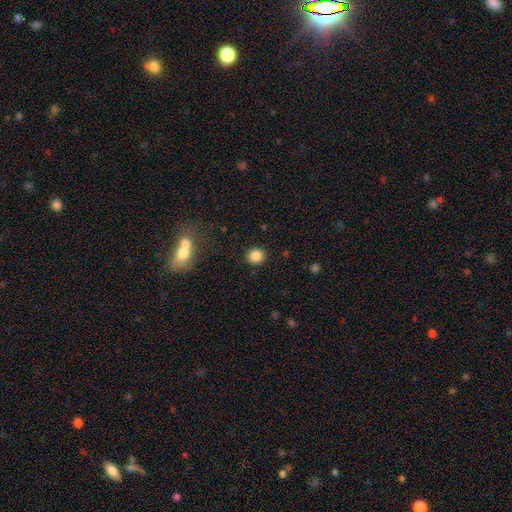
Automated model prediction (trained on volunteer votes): Q: Smooth or featured?
A: smooth (86%); runner-up: star or artifact (10%)
Q: How rounded?
A: round (88%); runner-up: in between (11%)
Q: Merging?
A: none (89%); runner-up: minor disturbance (6%)